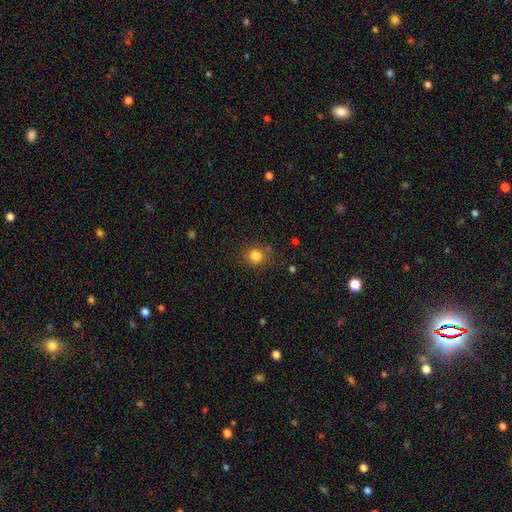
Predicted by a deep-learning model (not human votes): Smooth or featured: smooth — 82% (star or artifact — 12%)
How rounded: round — 85% (in between — 14%)
Merging: none — 82% (minor disturbance — 11%)